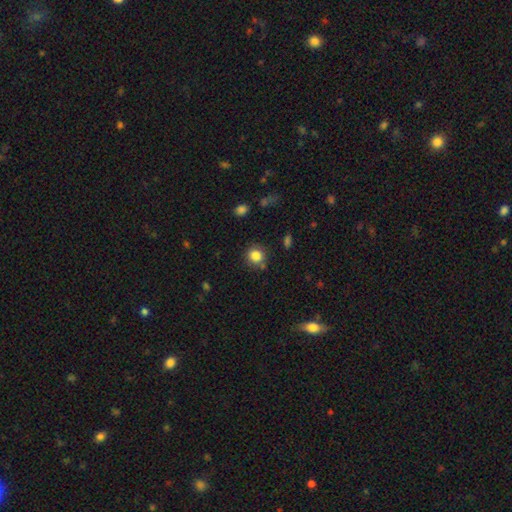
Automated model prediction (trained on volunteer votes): A smooth galaxy with no disk features (84%) that is round (88%). Merging: none (80%).